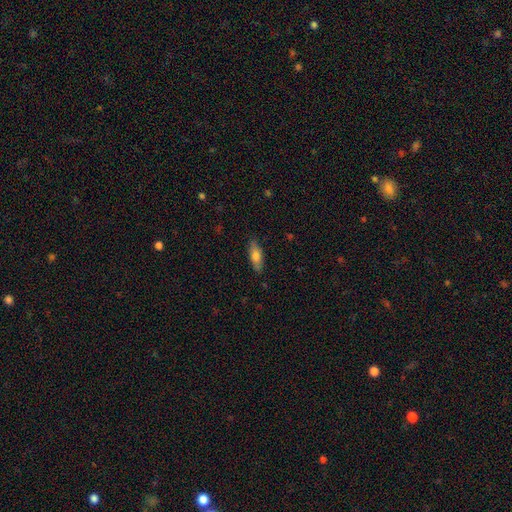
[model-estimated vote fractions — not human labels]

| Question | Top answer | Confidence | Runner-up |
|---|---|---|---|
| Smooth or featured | smooth | 72% | featured or disk (22%) |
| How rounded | in between | 62% | cigar-shaped (36%) |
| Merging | none | 87% | minor disturbance (10%) |